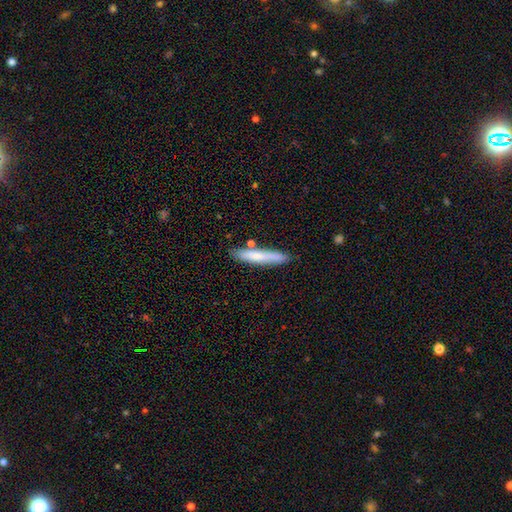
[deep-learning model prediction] The model was most divided on "smooth or featured": smooth: 69%, featured or disk: 25%, star or artifact: 6%. More confident: how rounded — cigar-shaped (92%); merging — none (82%).